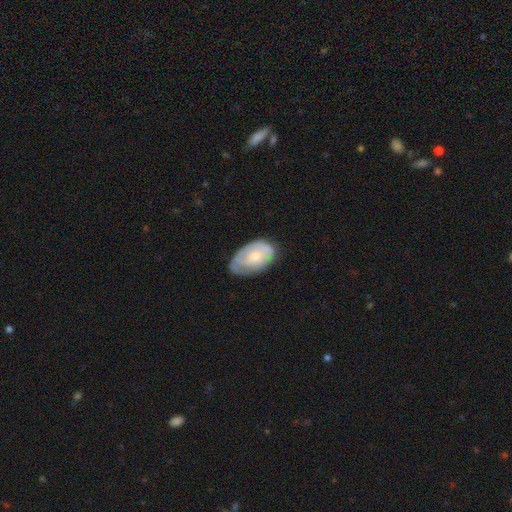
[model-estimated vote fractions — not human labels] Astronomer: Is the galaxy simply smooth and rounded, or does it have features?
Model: smooth — 52% (runner-up: featured or disk, 43%).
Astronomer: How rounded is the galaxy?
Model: in between — 91%.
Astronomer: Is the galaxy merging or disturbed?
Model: none — 57% (runner-up: minor disturbance, 32%).